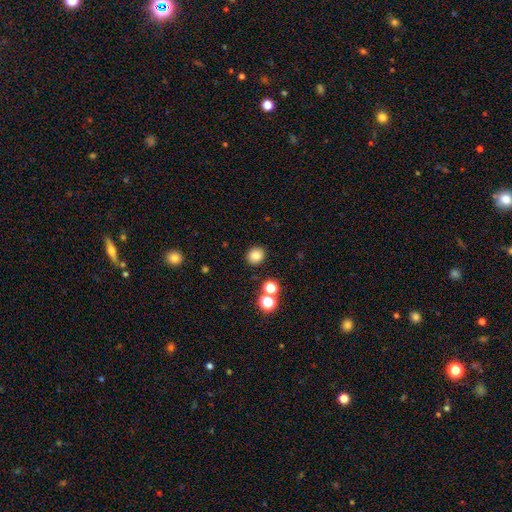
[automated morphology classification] This is clearly a smooth galaxy (82%). How rounded: clearly round (81%). Merging: clearly none (87%).